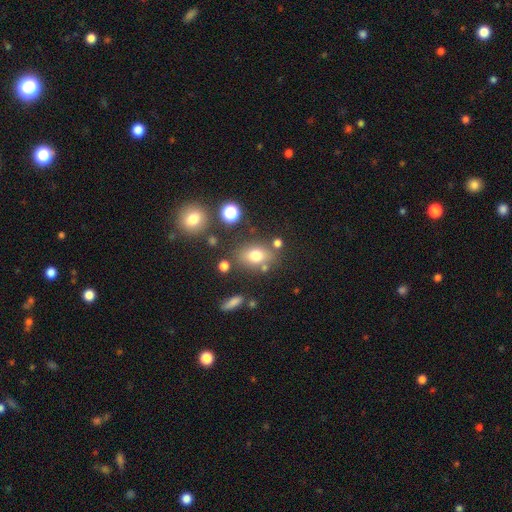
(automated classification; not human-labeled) smooth-or-featured: smooth: 72% | featured or disk: 14% | star or artifact: 14%
  how-rounded: in between: 67% | round: 30% | cigar-shaped: 2%
  merging: none: 71% | minor disturbance: 14% | merger: 9% | major disturbance: 5%